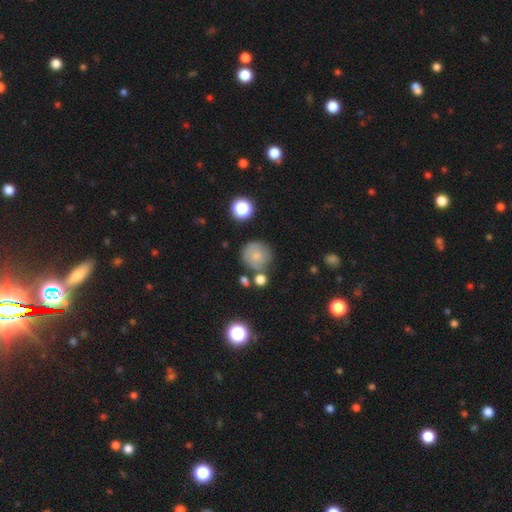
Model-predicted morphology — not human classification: This appears to be a smooth galaxy with no disk features (73%) that is round (91%). Merging: none (69%).